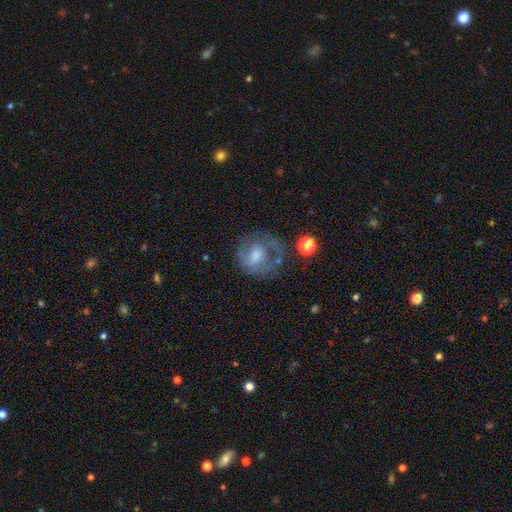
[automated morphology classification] smooth-or-featured: featured or disk: 54% | smooth: 35% | star or artifact: 11%
  disk-edge-on: no: 96% | yes: 4%
    bar: no: 53% | weak: 38% | strong: 10%
    has-spiral-arms: yes: 58% | no: 42%
    bulge-size: moderate: 50% | small: 26% | large: 12% | none: 10% | dominant: 2%
  merging: none: 52% | minor disturbance: 22% | major disturbance: 21% | merger: 4%